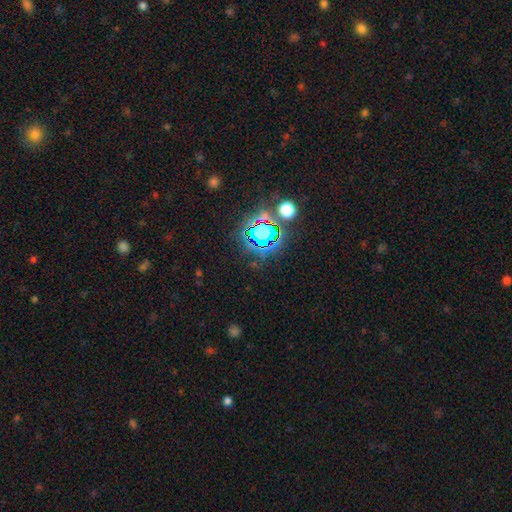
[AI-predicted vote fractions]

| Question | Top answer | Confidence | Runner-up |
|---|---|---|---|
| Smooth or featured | star or artifact | 82% | smooth (12%) |